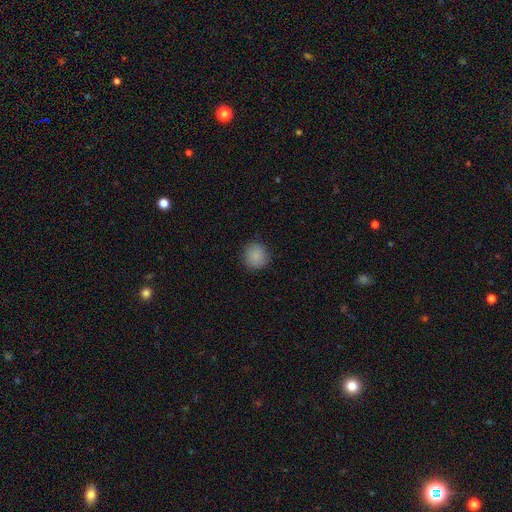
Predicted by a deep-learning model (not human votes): Smooth or featured? smooth (87%)
How rounded? round (93%)
Merging? none (88%)